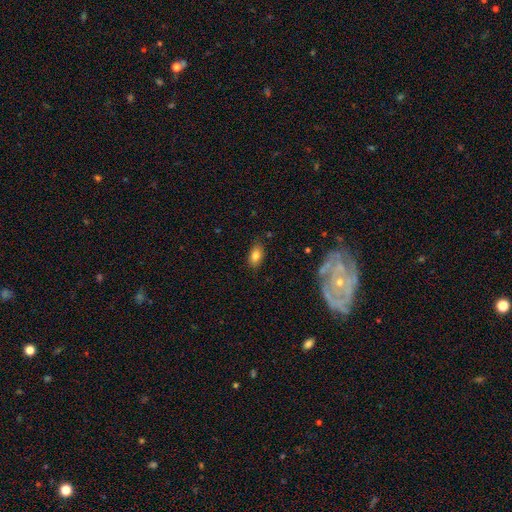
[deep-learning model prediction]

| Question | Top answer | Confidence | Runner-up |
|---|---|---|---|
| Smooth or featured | smooth | 81% | featured or disk (11%) |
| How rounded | in between | 89% | round (8%) |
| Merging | none | 83% | minor disturbance (13%) |